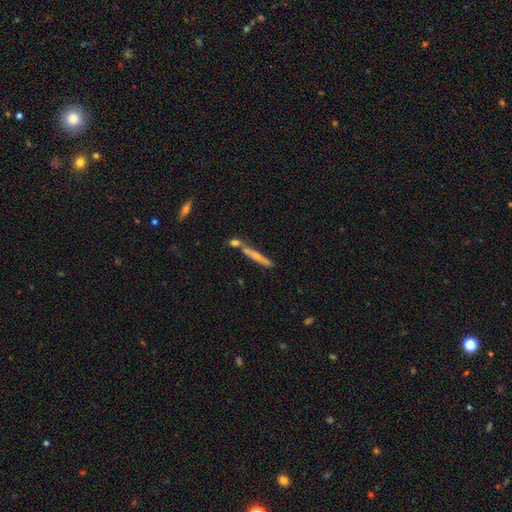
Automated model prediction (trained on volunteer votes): A smooth galaxy with no disk features (51%) that is cigar-shaped (93%).

Vote fractions:
- Smooth or featured? smooth: 51% / featured or disk: 42% / star or artifact: 8%
- How rounded? cigar-shaped: 93% / in between: 5% / round: 2%
- Merging? none: 66% / merger: 19% / minor disturbance: 12% / major disturbance: 3%